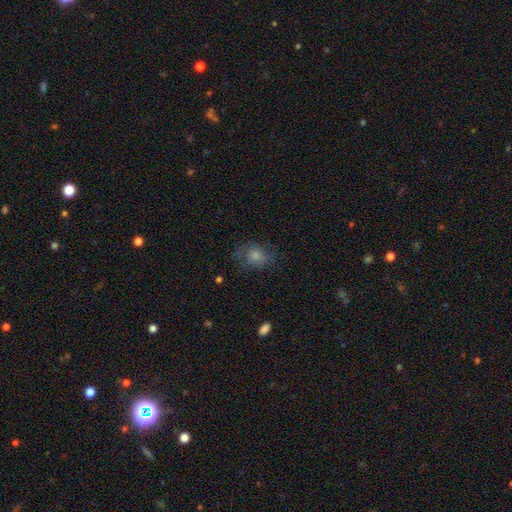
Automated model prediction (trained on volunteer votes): Smooth or featured? Predicted: smooth (p=0.76). How rounded? Predicted: round (p=0.56). Merging? Predicted: none (p=0.59).